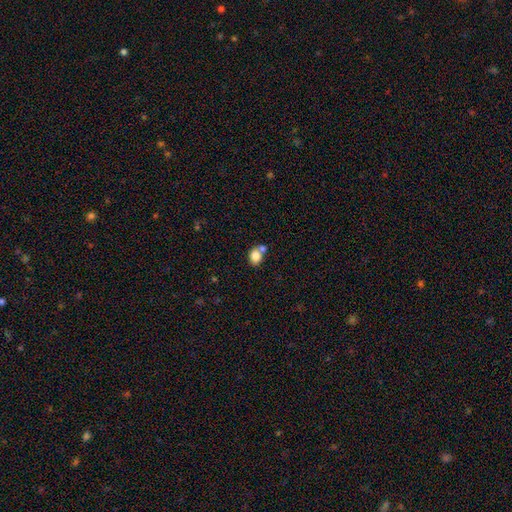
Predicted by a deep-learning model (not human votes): Smooth or featured? Predicted: smooth (p=0.82). How rounded? Predicted: in between (p=0.54). Merging? Predicted: none (p=0.47).